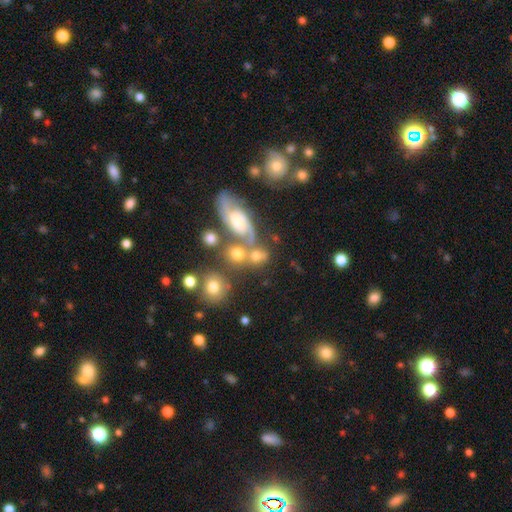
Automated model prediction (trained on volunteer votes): A smooth galaxy with no disk features (59%) that is round (61%).

Vote fractions:
- Smooth or featured? smooth: 59% / featured or disk: 28% / star or artifact: 14%
- How rounded? round: 61% / in between: 35% / cigar-shaped: 4%
- Merging? none: 40% (tied) / merger: 40% (tied) / minor disturbance: 12% / major disturbance: 7%